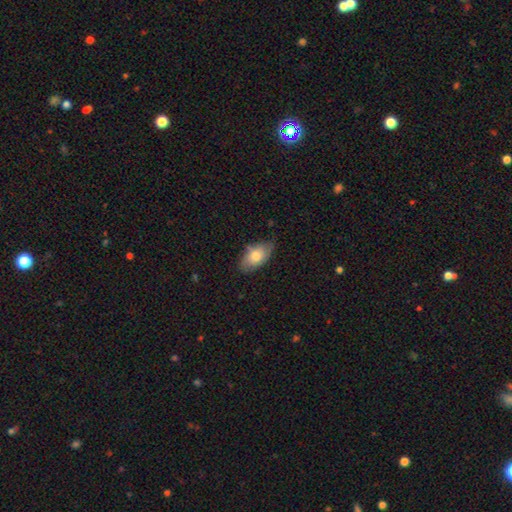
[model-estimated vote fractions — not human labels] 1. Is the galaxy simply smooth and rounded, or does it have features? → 72% smooth, 21% featured or disk, 6% star or artifact.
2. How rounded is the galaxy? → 92% in between, 5% round, 3% cigar-shaped.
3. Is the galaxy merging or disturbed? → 69% none, 26% minor disturbance, 4% major disturbance, 2% merger.